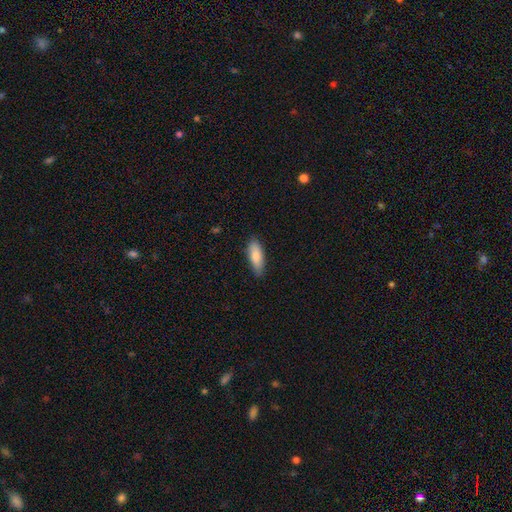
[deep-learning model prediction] Smooth or featured? smooth (82%)
How rounded? in between (66%)
Merging? none (83%)